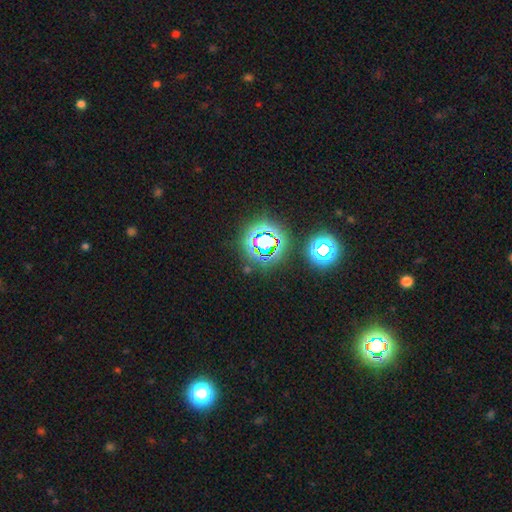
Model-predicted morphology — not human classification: type=star or artifact (76%).